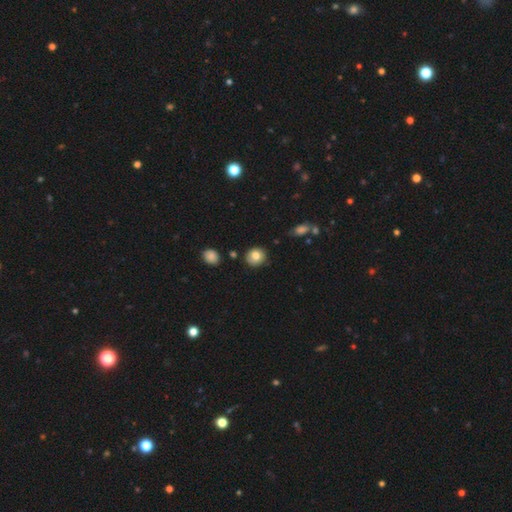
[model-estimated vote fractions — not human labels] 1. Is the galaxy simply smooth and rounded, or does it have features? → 81% smooth, 10% featured or disk, 9% star or artifact.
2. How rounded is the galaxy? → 81% round, 18% in between, 1% cigar-shaped.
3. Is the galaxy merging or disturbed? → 84% none, 11% minor disturbance, 3% merger, 2% major disturbance.